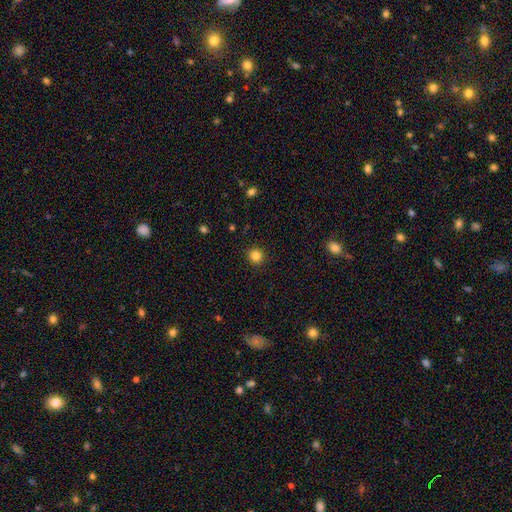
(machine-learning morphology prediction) This is clearly a smooth galaxy (84%). How rounded: clearly round (93%). Merging: clearly none (92%).